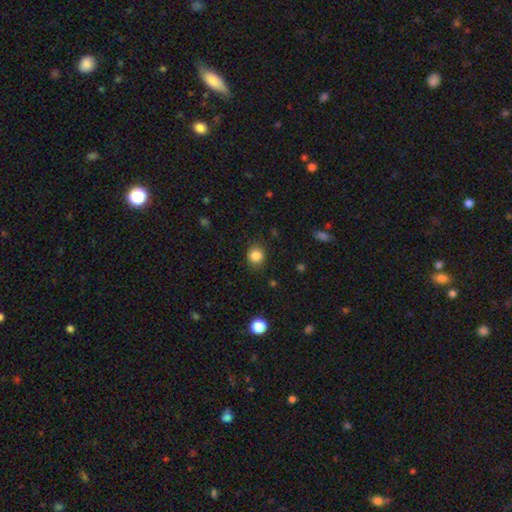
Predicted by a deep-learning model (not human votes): smooth 85%, star or artifact 11%, featured or disk 4%. Down the decision tree: how rounded — round (77%); merging — none (83%).